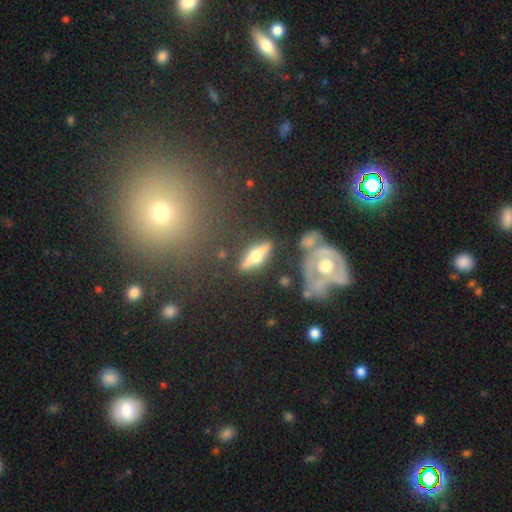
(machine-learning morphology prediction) Q: Smooth or featured?
A: featured or disk (64%); runner-up: smooth (29%)
Q: Edge-on disk?
A: yes (92%); runner-up: no (8%)
Q: Edge-on bulge?
A: rounded (95%); runner-up: boxy (3%)
Q: Merging?
A: none (81%); runner-up: minor disturbance (10%)